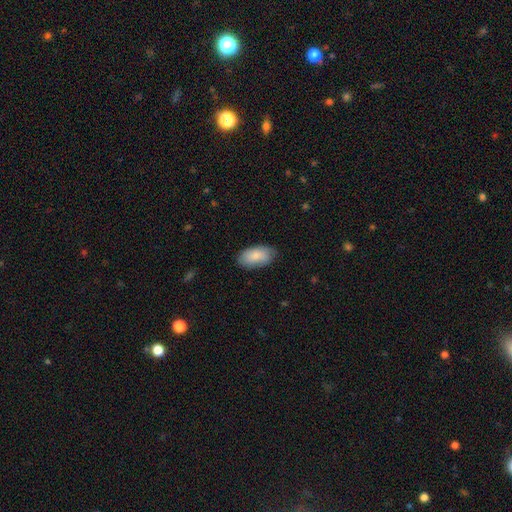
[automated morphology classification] A smooth galaxy with no disk features (82%) that is in between round and cigar-shaped (95%).

Vote fractions:
- Smooth or featured? smooth: 82% / featured or disk: 12% / star or artifact: 6%
- How rounded? in between: 95% / round: 3% / cigar-shaped: 3%
- Merging? none: 79% / minor disturbance: 17% / major disturbance: 3% / merger: 1%